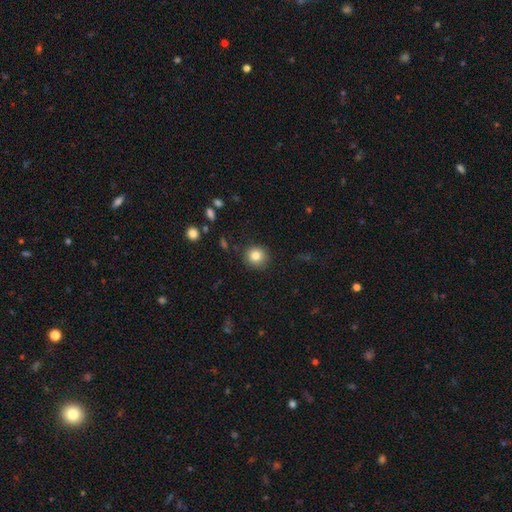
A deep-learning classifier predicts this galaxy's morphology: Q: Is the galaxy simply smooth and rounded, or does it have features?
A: smooth — 83%.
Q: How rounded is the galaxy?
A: round — 90%.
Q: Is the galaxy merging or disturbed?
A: none — 89%.